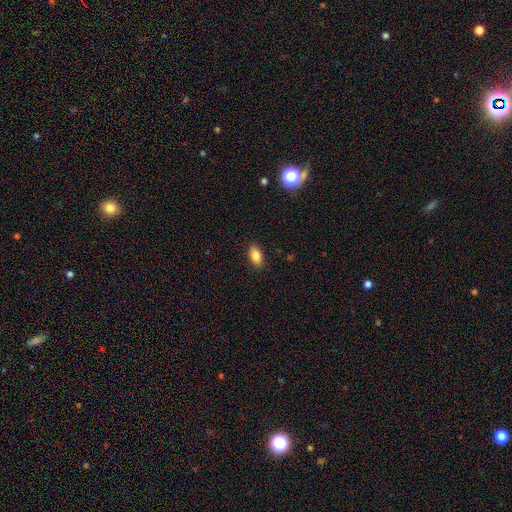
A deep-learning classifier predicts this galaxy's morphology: Overall: smooth (85%). How rounded: in between (91%). Merging: none (88%).